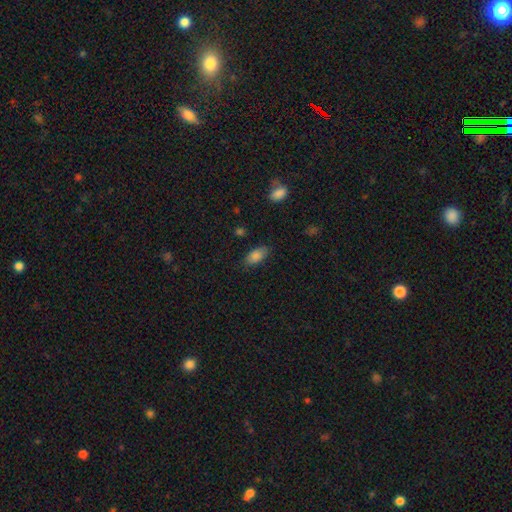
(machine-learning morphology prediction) type=smooth (84%); roundness=in between (90%); merging=none (82%).